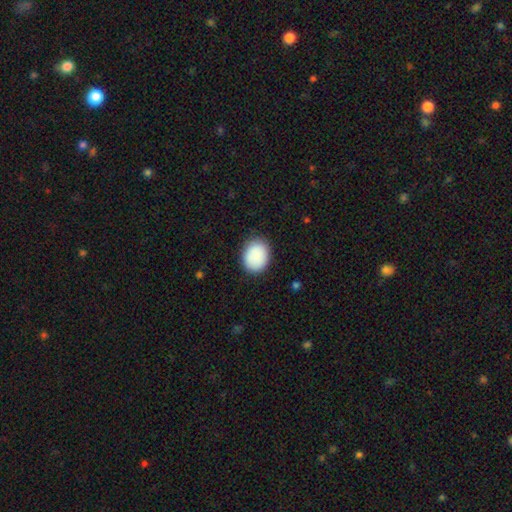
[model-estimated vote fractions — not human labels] Overall: smooth (89%). How rounded: in between (50%, tied with round). Merging: none (86%).